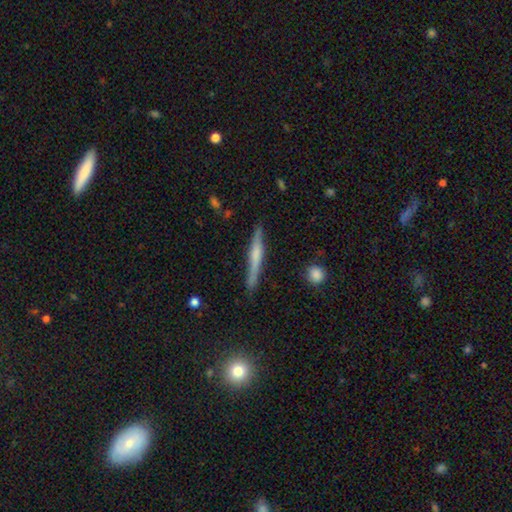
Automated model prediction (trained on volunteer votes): Smooth or featured: featured or disk — 54% (smooth — 39%)
Edge-on disk: yes — 96% (no — 4%)
Edge-on bulge: rounded — 47% (none — 32%)
Merging: none — 83% (minor disturbance — 13%)